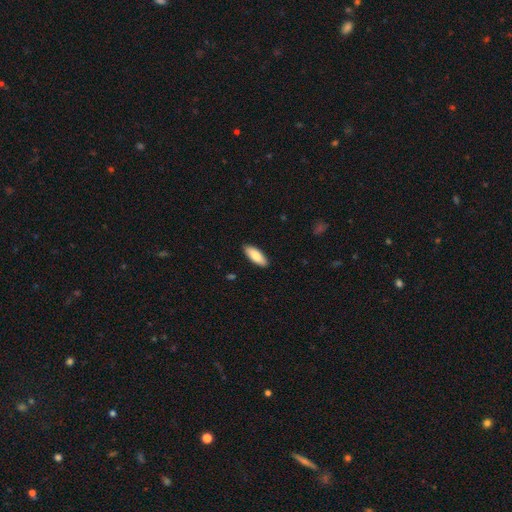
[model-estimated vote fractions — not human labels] A smooth galaxy with no disk features (85%) that is in between round and cigar-shaped (75%).

Vote fractions:
- Smooth or featured? smooth: 85% / featured or disk: 10% / star or artifact: 5%
- How rounded? in between: 75% / cigar-shaped: 23% / round: 2%
- Merging? none: 89% / minor disturbance: 8% / major disturbance: 2% / merger: 1%